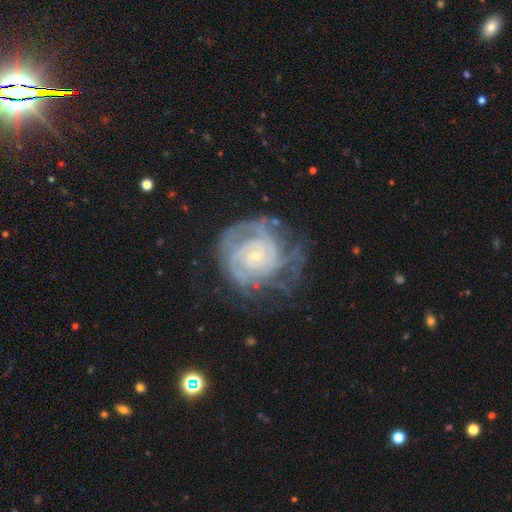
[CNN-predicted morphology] Smooth or featured? Predicted: featured or disk (p=0.85). Edge-on disk? Predicted: no (p=0.97). Bar? Predicted: no (p=0.76). Spiral arms? Predicted: yes (p=0.94). Spiral winding? Predicted: tight (p=0.74). Spiral arm count? Predicted: can't tell (p=0.37). Bulge size? Predicted: small (p=0.80). Merging? Predicted: none (p=0.58).